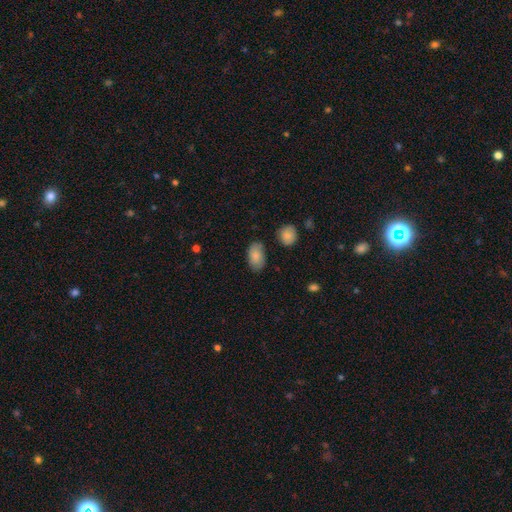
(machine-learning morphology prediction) The model was most divided on "merging": none: 77%, minor disturbance: 16%, major disturbance: 4%, merger: 3%. More confident: how rounded — in between (92%); smooth or featured — smooth (84%).